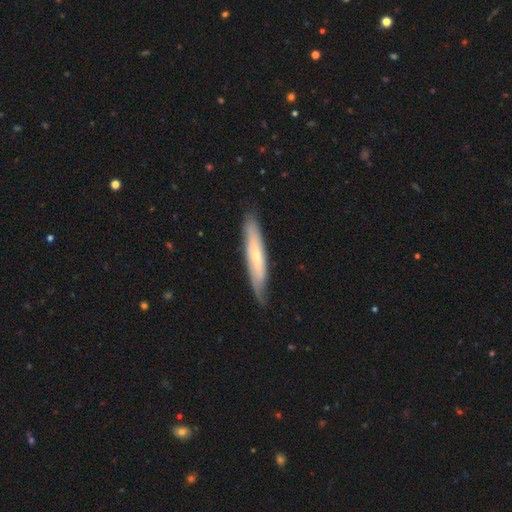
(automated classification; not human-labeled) The model was most divided on "smooth or featured": featured or disk: 56%, smooth: 38%, star or artifact: 6%. More confident: merging — none (78%); edge-on disk — yes (66%).